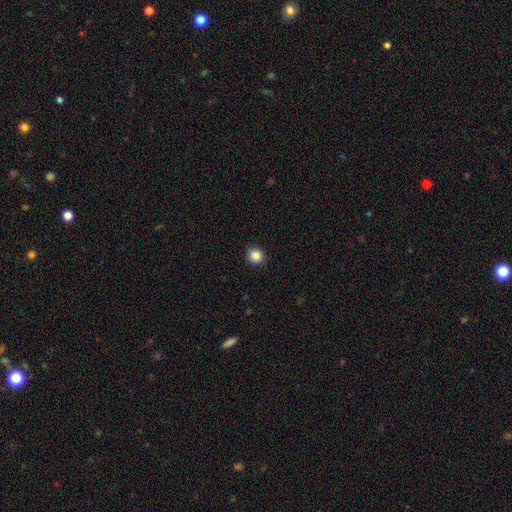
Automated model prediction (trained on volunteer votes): This appears to be a smooth galaxy with no disk features (87%) that is round (87%). Merging: none (91%).